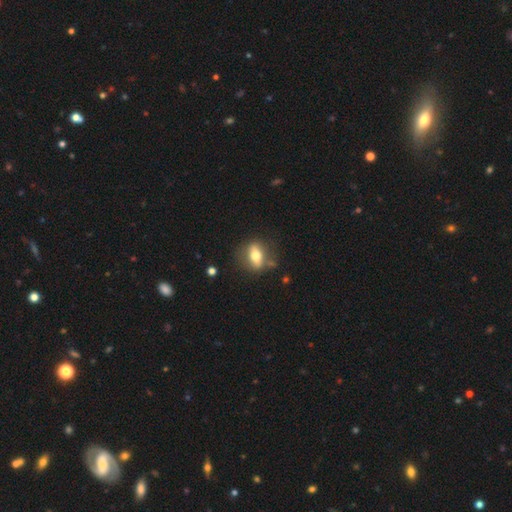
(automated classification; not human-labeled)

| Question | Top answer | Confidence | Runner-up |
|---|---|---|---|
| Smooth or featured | smooth | 47% | featured or disk (45%) |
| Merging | none | 77% | minor disturbance (14%) |